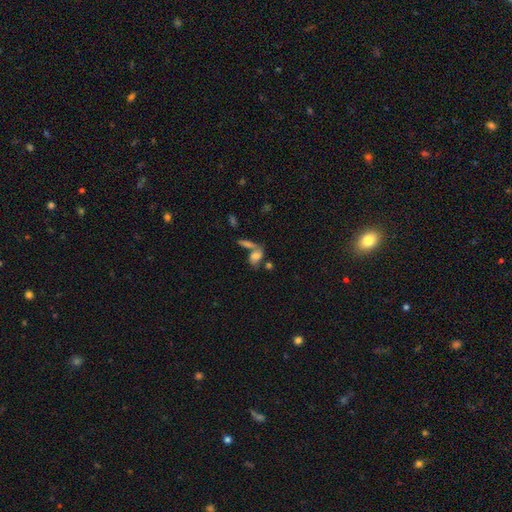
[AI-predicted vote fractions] Smooth or featured? smooth (65%)
How rounded? in between (82%)
Merging? merger (49%)